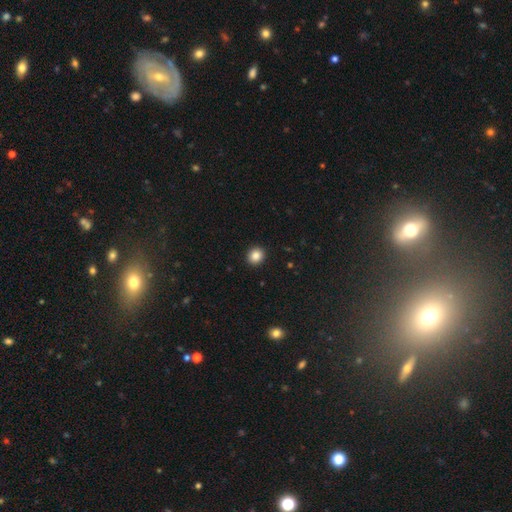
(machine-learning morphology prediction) The model was most divided on "how rounded": round: 80%, in between: 19%, cigar-shaped: 1%. More confident: merging — none (92%); smooth or featured — smooth (86%).